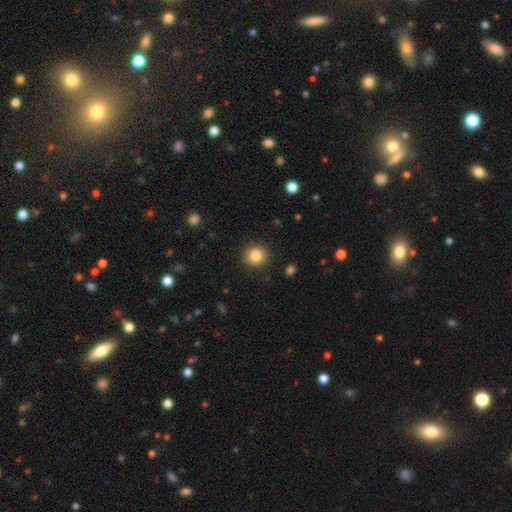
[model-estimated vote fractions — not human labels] The model was most divided on "smooth or featured": smooth: 85%, star or artifact: 10%, featured or disk: 5%. More confident: merging — none (90%); how rounded — round (88%).